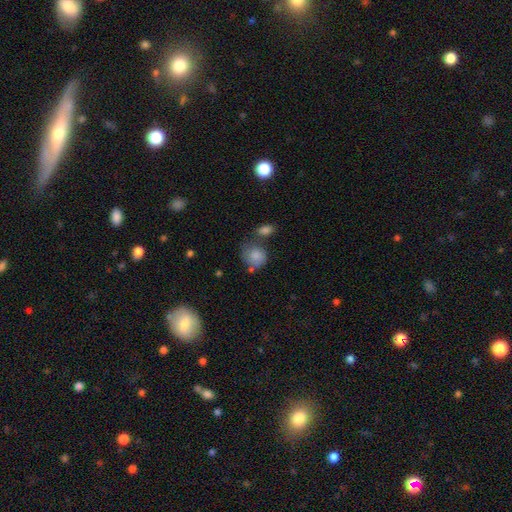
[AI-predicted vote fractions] Overall: smooth (81%). How rounded: round (71%). Merging: none (48%; minor disturbance 24%).